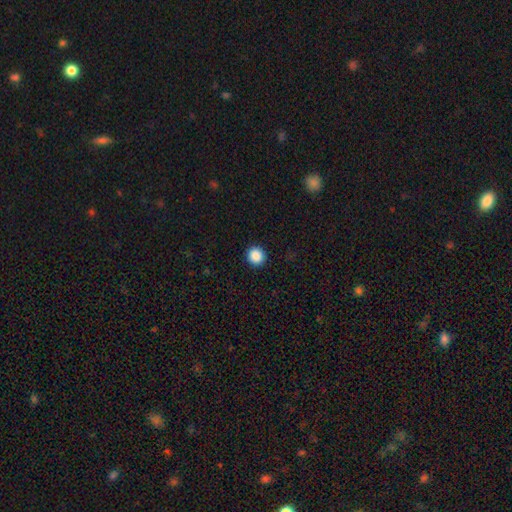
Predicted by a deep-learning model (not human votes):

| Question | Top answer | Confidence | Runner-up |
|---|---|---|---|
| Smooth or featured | smooth | 88% | star or artifact (9%) |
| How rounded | round | 92% | in between (7%) |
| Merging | none | 93% | minor disturbance (5%) |